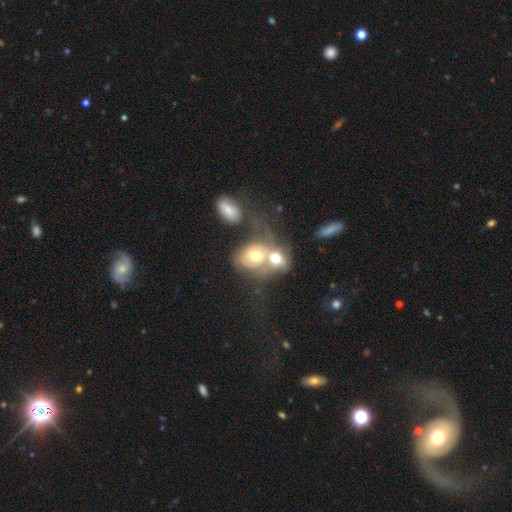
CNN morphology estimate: smooth-or-featured: smooth: 45% (tied) | featured or disk: 45% (tied) | star or artifact: 10%
  merging: merger: 68% | none: 14% | major disturbance: 10% | minor disturbance: 8%